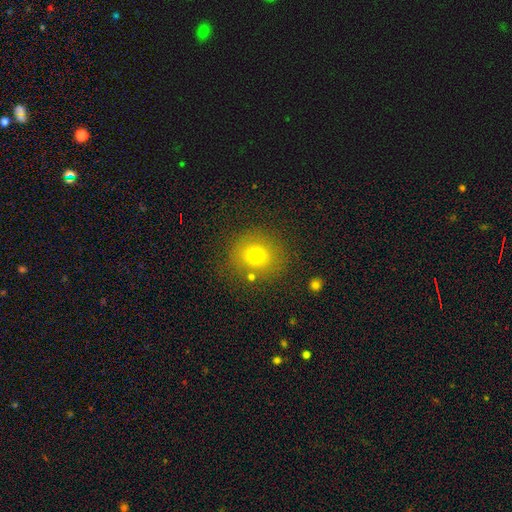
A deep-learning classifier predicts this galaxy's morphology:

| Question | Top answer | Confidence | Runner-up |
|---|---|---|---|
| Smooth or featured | smooth | 71% | star or artifact (16%) |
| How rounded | round | 82% | in between (17%) |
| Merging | none | 81% | minor disturbance (11%) |